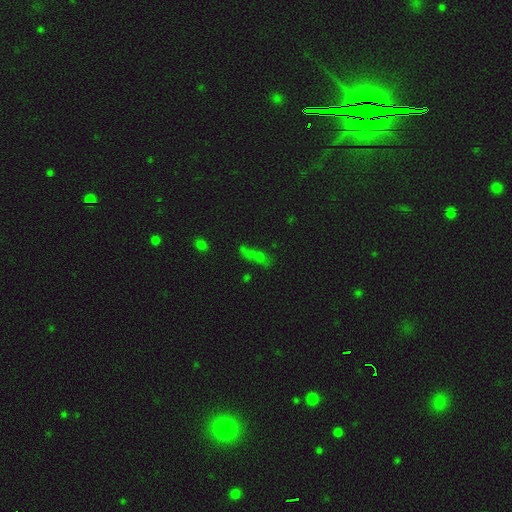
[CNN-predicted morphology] A smooth galaxy with no disk features (47%).

Vote fractions:
- Smooth or featured? smooth: 47% / star or artifact: 32% / featured or disk: 21%
- Merging? none: 48% / merger: 19% / minor disturbance: 18% / major disturbance: 15%